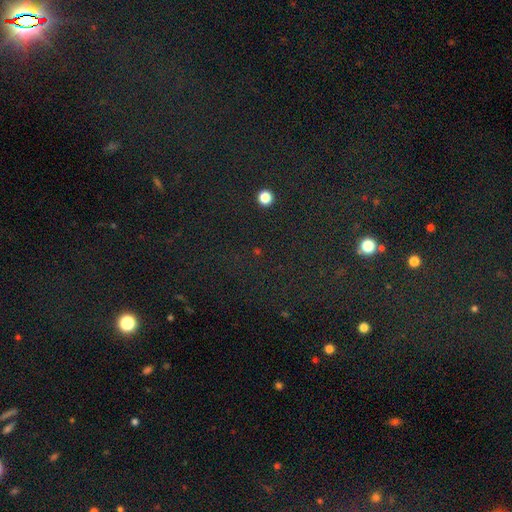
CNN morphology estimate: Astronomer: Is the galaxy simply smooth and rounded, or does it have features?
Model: star or artifact — 76%.